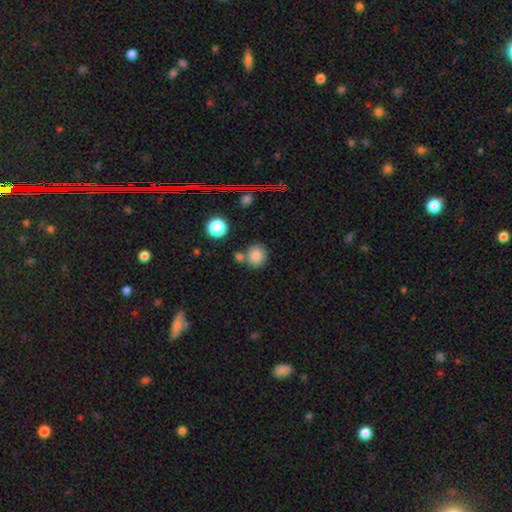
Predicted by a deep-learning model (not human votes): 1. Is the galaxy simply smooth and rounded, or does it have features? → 80% smooth, 13% star or artifact, 7% featured or disk.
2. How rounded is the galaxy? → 81% round, 18% in between, 1% cigar-shaped.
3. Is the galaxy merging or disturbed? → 66% none, 20% merger, 11% minor disturbance, 3% major disturbance.